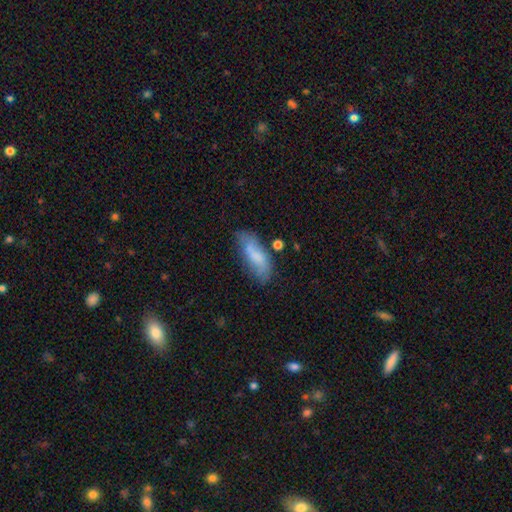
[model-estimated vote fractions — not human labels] smooth-or-featured: smooth: 66% | featured or disk: 26% | star or artifact: 8%
  how-rounded: in between: 70% | cigar-shaped: 28% | round: 2%
  merging: none: 60% | minor disturbance: 26% | major disturbance: 8% | merger: 6%